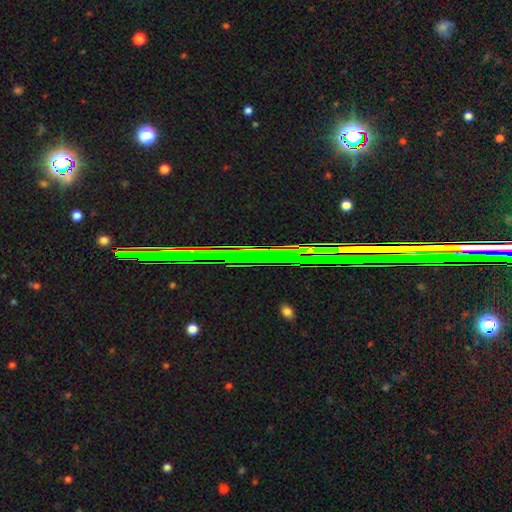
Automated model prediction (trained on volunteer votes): This appears to be a star or artifact, not a galaxy (74%).